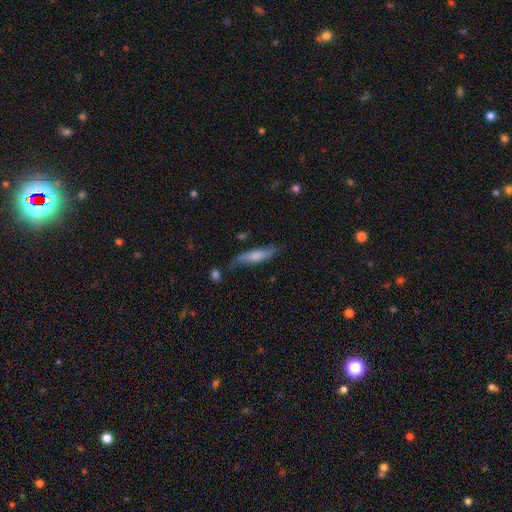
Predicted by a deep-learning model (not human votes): Smooth or featured? Predicted: smooth (p=0.66). How rounded? Predicted: cigar-shaped (p=0.63). Merging? Predicted: none (p=0.61).